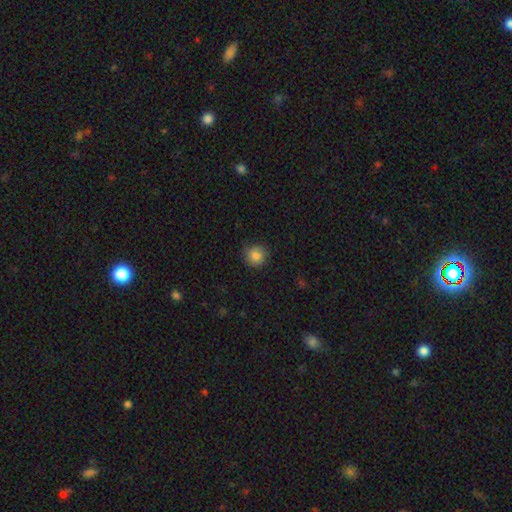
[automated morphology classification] The model was most divided on "merging": none: 81%, minor disturbance: 15%, major disturbance: 3%, merger: 1%. More confident: how rounded — round (92%); smooth or featured — smooth (83%).